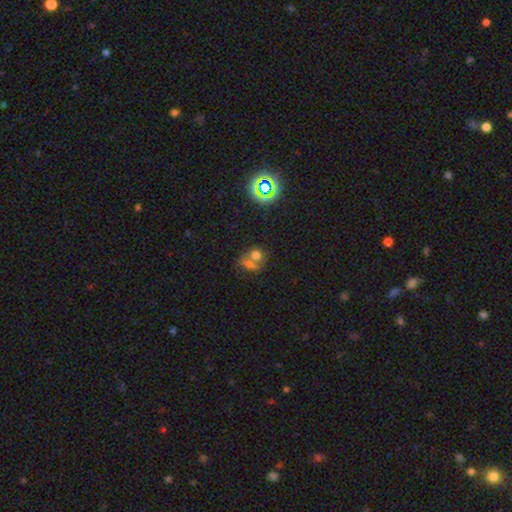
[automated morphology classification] smooth-or-featured: smooth: 64% | star or artifact: 21% | featured or disk: 15%
  how-rounded: round: 60% | in between: 37% | cigar-shaped: 2%
  merging: merger: 56% | none: 32% | minor disturbance: 8% | major disturbance: 5%